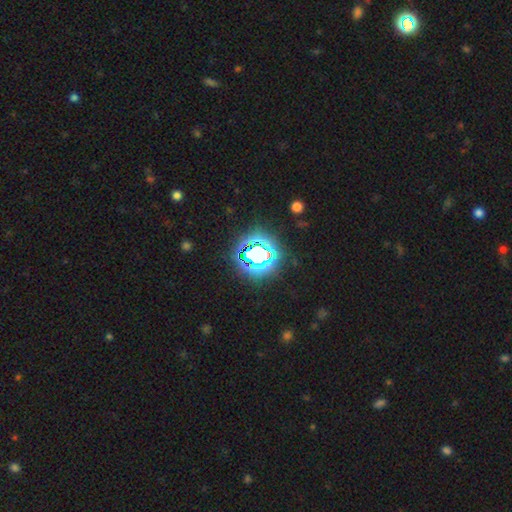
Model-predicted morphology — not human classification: Smooth or featured? star or artifact (81%)